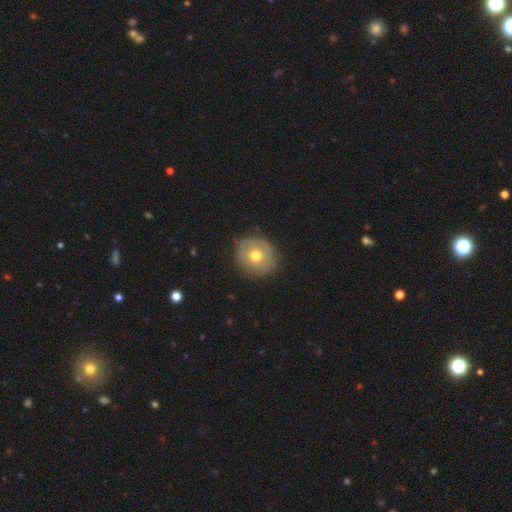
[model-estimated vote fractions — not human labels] Overall: smooth (55%; featured or disk 37%). How rounded: round (87%). Merging: none (82%).